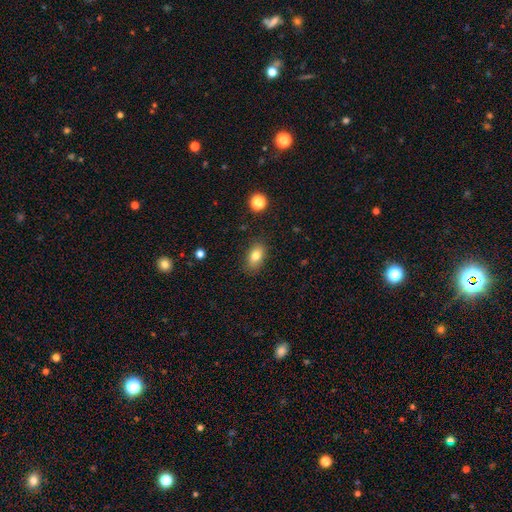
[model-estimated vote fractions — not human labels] Smooth or featured: smooth — 80% (featured or disk — 10%)
How rounded: in between — 87% (round — 11%)
Merging: none — 85% (minor disturbance — 11%)